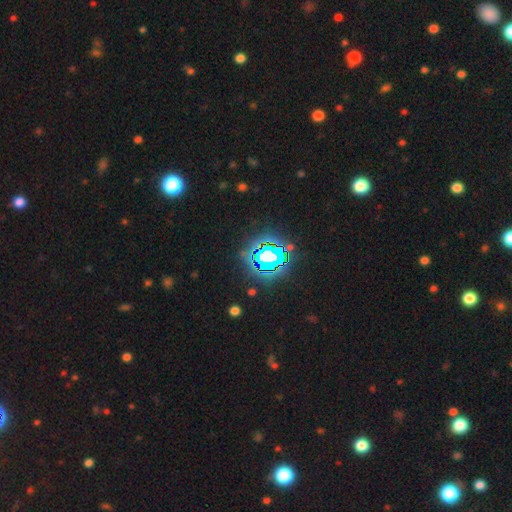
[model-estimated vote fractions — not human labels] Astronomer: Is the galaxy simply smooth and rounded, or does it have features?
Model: star or artifact — 83%.